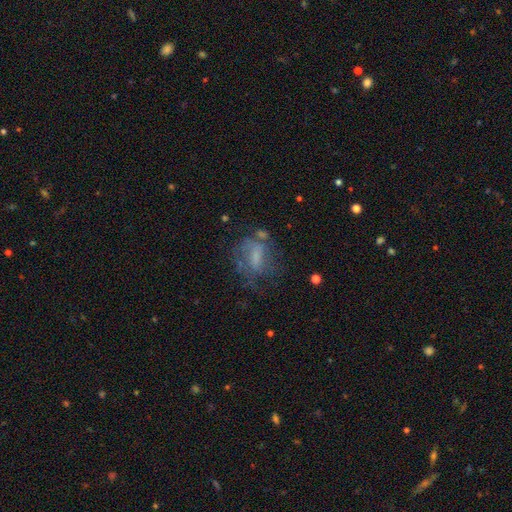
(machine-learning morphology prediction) The model was most divided on "smooth or featured": featured or disk: 48%, smooth: 39%, star or artifact: 14%. Remaining: merging — none (43%).